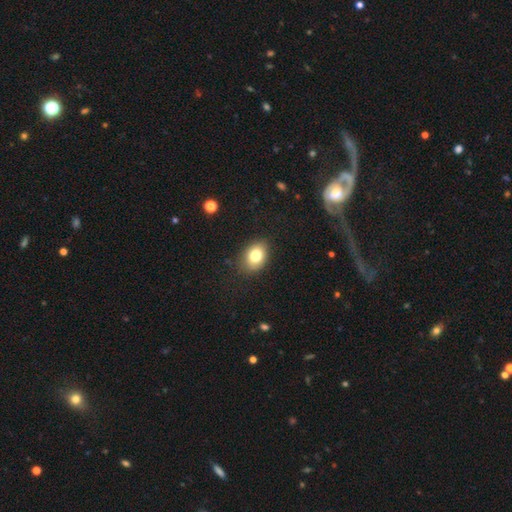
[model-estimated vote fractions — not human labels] A smooth galaxy with no disk features (80%) that is in between round and cigar-shaped (73%).

Vote fractions:
- Smooth or featured? smooth: 80% / featured or disk: 11% / star or artifact: 9%
- How rounded? in between: 73% / round: 26% / cigar-shaped: 1%
- Merging? none: 83% / minor disturbance: 12% / major disturbance: 3% / merger: 1%